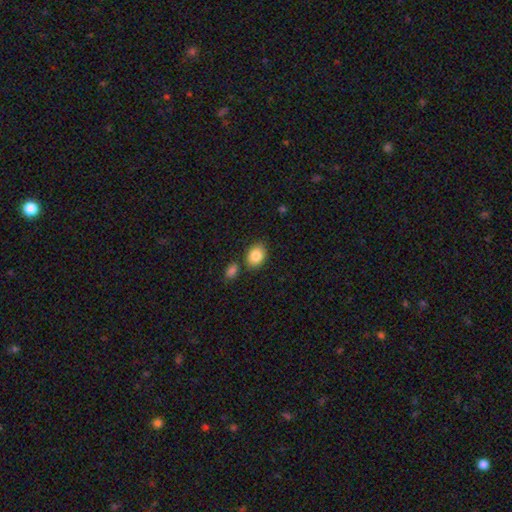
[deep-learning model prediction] Smooth or featured?
  - smooth: 85% *
  - star or artifact: 8%
  - featured or disk: 7%
How rounded?
  - in between: 67% *
  - round: 32%
  - cigar-shaped: 1%
Merging?
  - none: 77% *
  - minor disturbance: 12%
  - merger: 8%
  - major disturbance: 3%